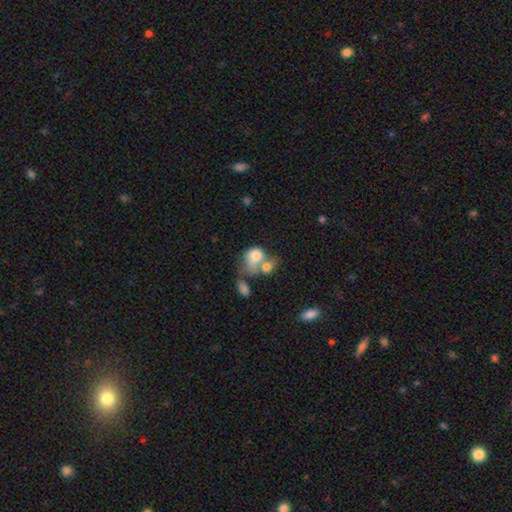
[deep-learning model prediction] smooth 68%, featured or disk 23%, star or artifact 9%. Down the decision tree: how rounded — in between (61%); merging — merger (60%).